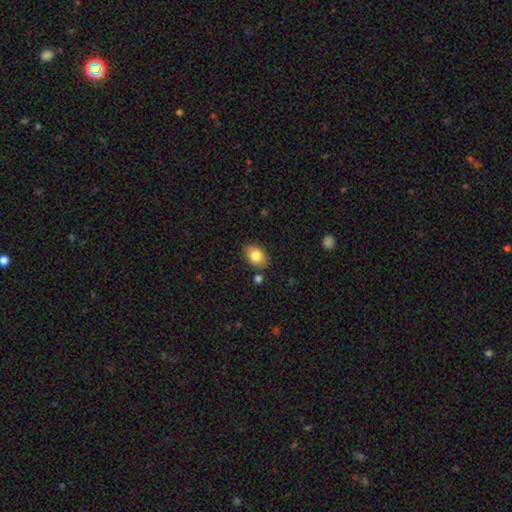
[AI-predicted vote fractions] Smooth or featured: smooth — 83% (featured or disk — 9%)
How rounded: in between — 77% (round — 22%)
Merging: none — 82% (minor disturbance — 11%)